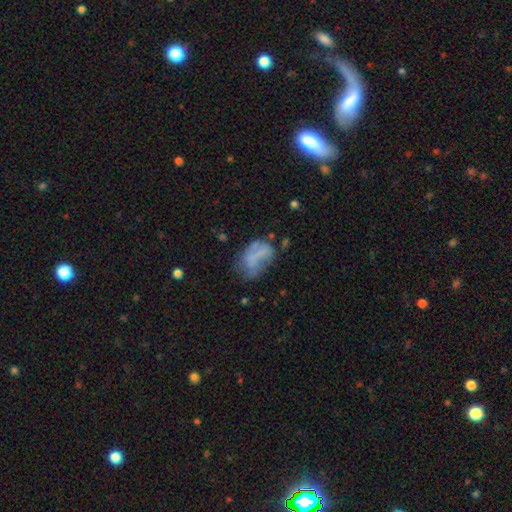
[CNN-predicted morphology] Overall: smooth (57%; featured or disk 31%). How rounded: in between (83%). Merging: none (33%; major disturbance 30%).